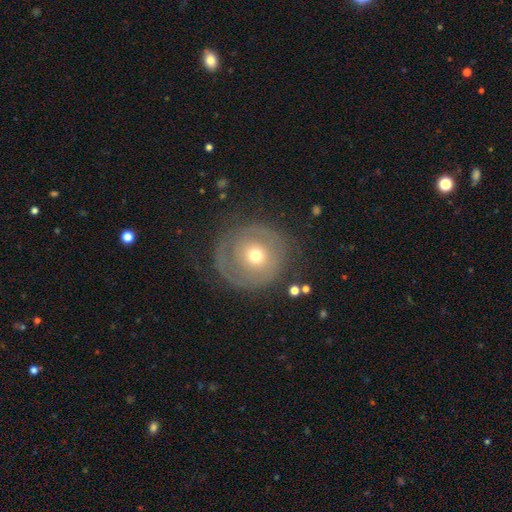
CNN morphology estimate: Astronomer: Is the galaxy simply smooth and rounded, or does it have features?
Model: featured or disk — 51% (runner-up: smooth, 40%).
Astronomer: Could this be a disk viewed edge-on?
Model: no — 96%.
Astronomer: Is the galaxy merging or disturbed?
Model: none — 66%.